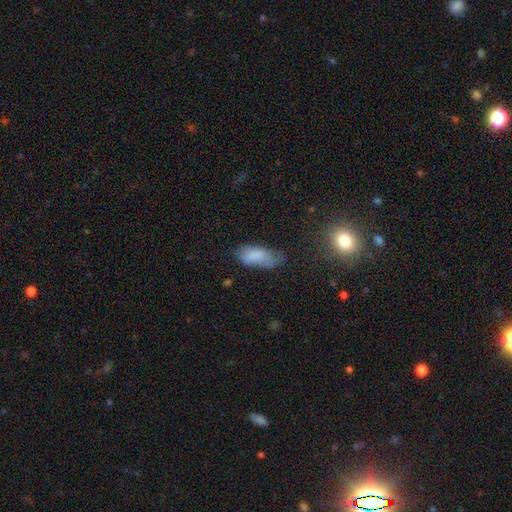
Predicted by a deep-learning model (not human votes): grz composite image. It shows a smooth galaxy with no disk features (76%) that is in between round and cigar-shaped (84%). Merging: none (47%).